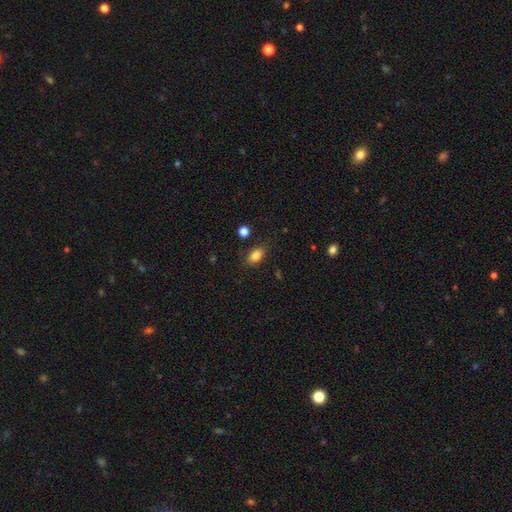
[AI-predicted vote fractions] Q: Smooth or featured?
A: smooth (84%); runner-up: star or artifact (10%)
Q: How rounded?
A: in between (84%); runner-up: round (13%)
Q: Merging?
A: none (82%); runner-up: minor disturbance (12%)